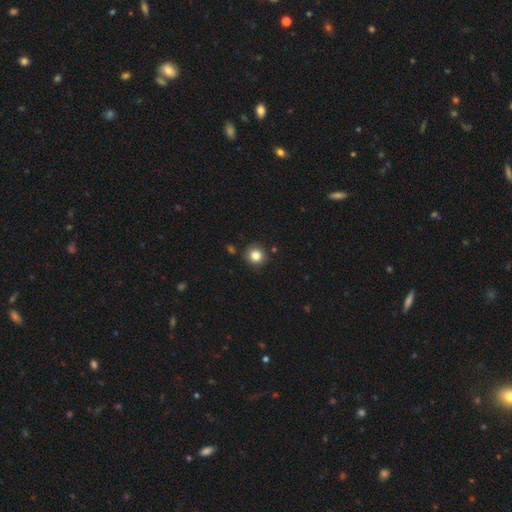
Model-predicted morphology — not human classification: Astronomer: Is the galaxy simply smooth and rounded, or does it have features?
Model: smooth — 83%.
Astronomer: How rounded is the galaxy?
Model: round — 93%.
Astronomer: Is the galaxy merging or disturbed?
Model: none — 88%.